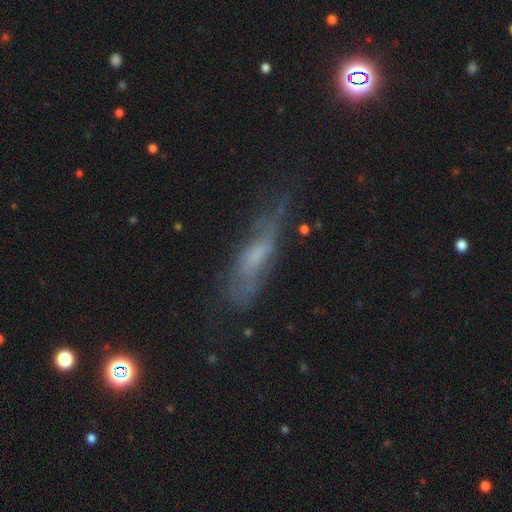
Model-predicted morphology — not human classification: Smooth or featured: featured or disk — 49% (smooth — 40%)
Merging: none — 50% (minor disturbance — 28%)